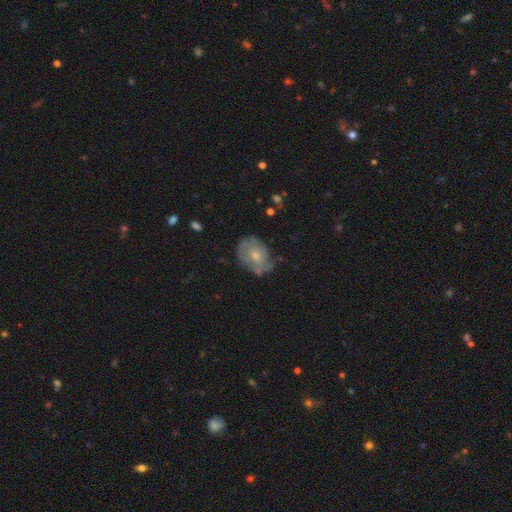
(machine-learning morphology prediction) This appears to be a featured or disk galaxy (54%) with no bar (83%), spiral arms (61%) and a small central bulge (52%). Merging: none (55%).